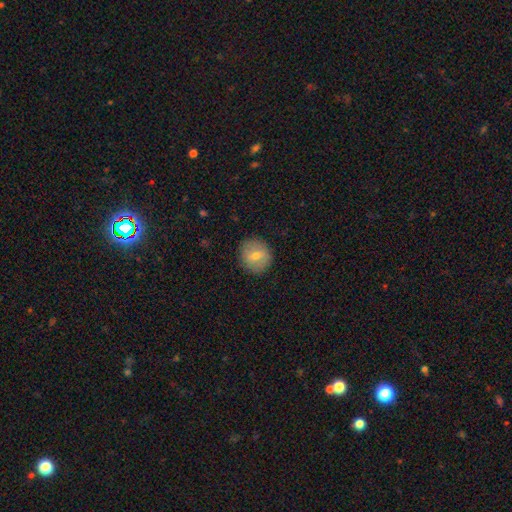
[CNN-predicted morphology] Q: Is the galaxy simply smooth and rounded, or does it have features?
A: smooth — 66%.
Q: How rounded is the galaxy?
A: round — 89%.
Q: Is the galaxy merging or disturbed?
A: none — 89%.